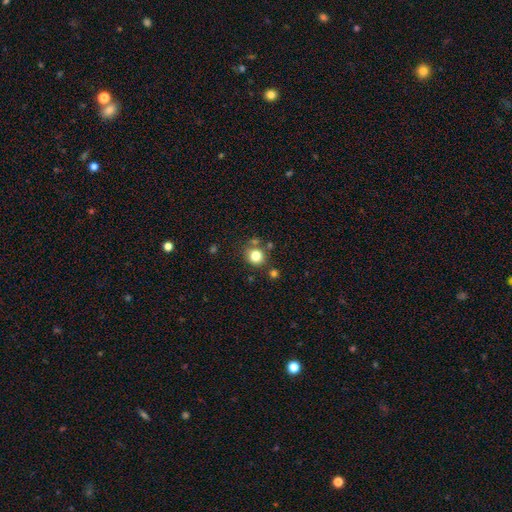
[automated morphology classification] The model was most divided on "merging": none: 75%, minor disturbance: 11%, merger: 10%, major disturbance: 4%. More confident: how rounded — round (84%); smooth or featured — smooth (81%).